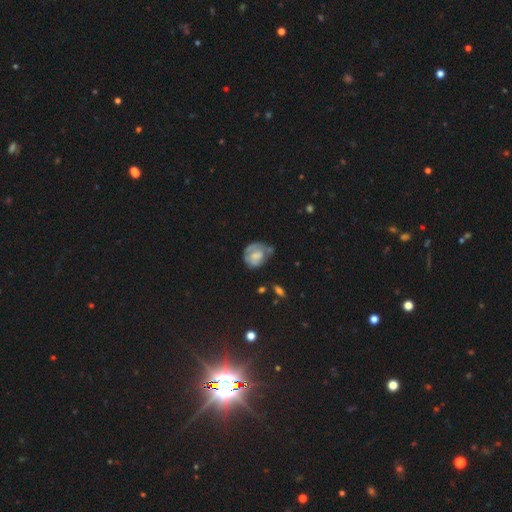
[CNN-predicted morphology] smooth_or_featured: smooth (p=0.46) [alt: featured or disk p=0.45]
merging: none (p=0.41) [alt: minor disturbance p=0.33]